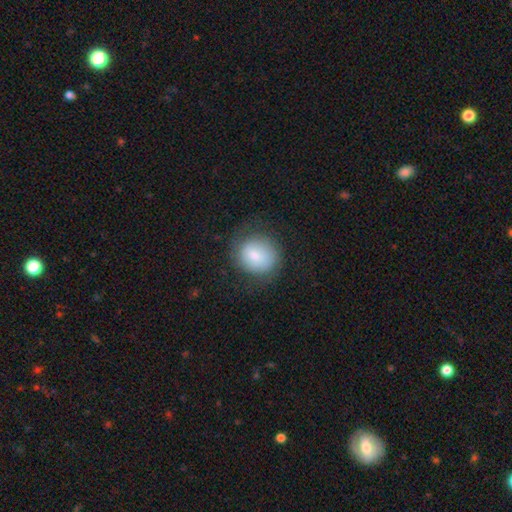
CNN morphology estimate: The model was most divided on "merging": none: 71%, minor disturbance: 18%, major disturbance: 10%, merger: 1%. More confident: how rounded — round (83%); smooth or featured — smooth (74%).